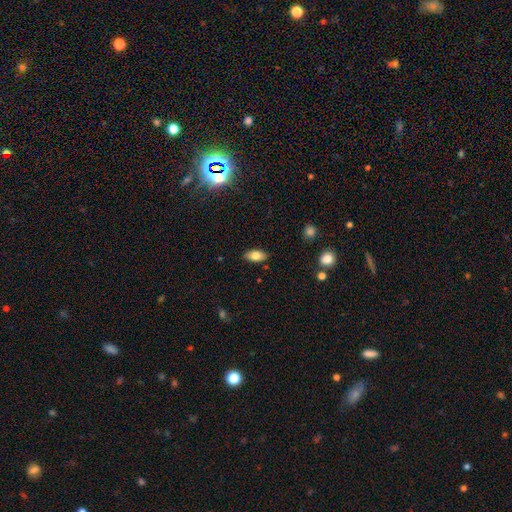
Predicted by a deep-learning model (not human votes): This is likely a smooth galaxy (78%). How rounded: clearly in between (90%). Merging: clearly none (87%).